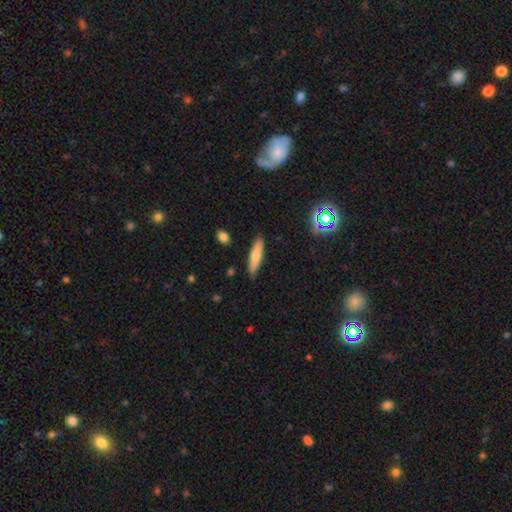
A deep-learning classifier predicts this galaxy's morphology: This is likely a smooth galaxy (71%). How rounded: likely cigar-shaped (74%). Merging: clearly none (87%).